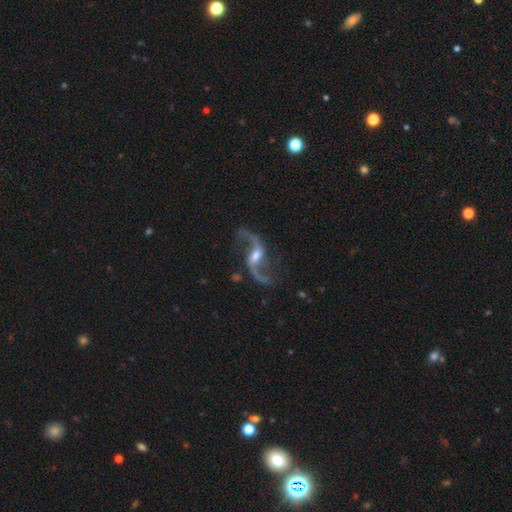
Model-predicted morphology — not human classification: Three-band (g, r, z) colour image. It shows a featured or disk galaxy (92%) with a weak bar (45%), 2 (94%) loose (86%) spiral arms (97%) and a moderate central bulge (58%). Merging: none (80%).